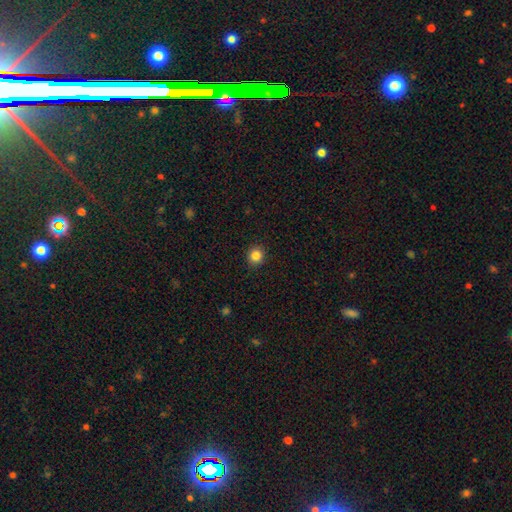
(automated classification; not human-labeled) This is clearly a smooth galaxy (84%). How rounded: clearly round (88%). Merging: clearly none (92%).